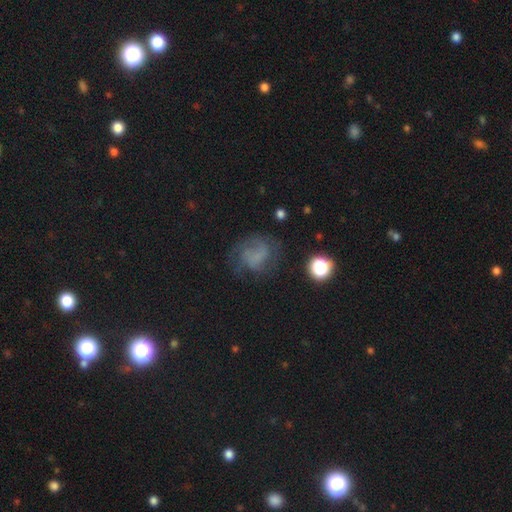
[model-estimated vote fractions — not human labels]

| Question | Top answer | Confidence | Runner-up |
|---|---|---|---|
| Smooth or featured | featured or disk | 47% | smooth (36%) |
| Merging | none | 53% | minor disturbance (23%) |